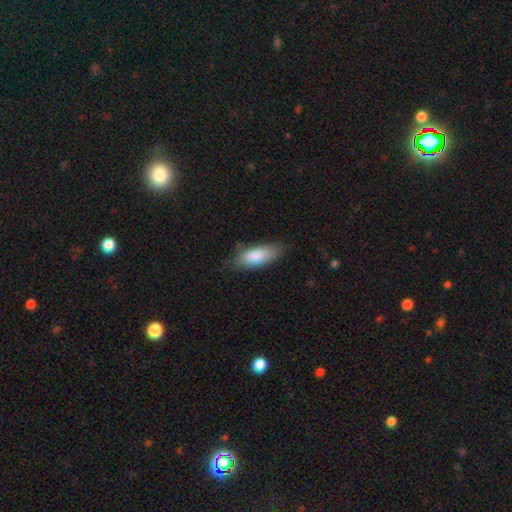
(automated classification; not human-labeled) A smooth galaxy with no disk features (86%) that is in between round and cigar-shaped (79%).

Vote fractions:
- Smooth or featured? smooth: 86% / featured or disk: 8% / star or artifact: 6%
- How rounded? in between: 79% / cigar-shaped: 19% / round: 2%
- Merging? none: 73% / minor disturbance: 21% / major disturbance: 4% / merger: 1%